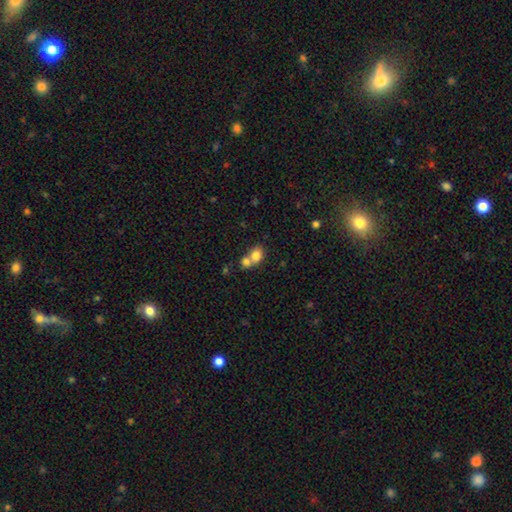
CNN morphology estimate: A smooth galaxy with no disk features (78%) that is round (55%). Merging: merger (63%).